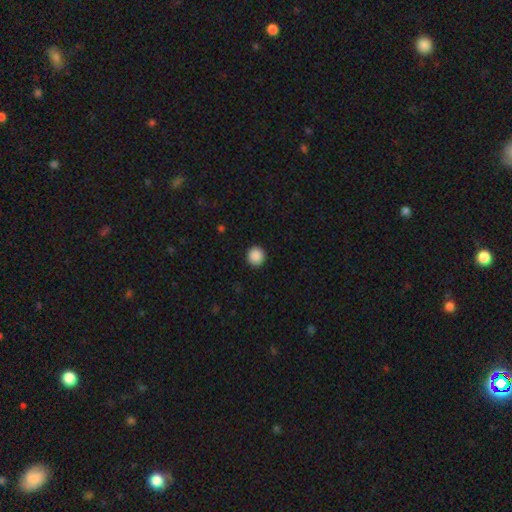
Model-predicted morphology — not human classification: type=smooth (89%); roundness=round (94%); merging=none (93%).